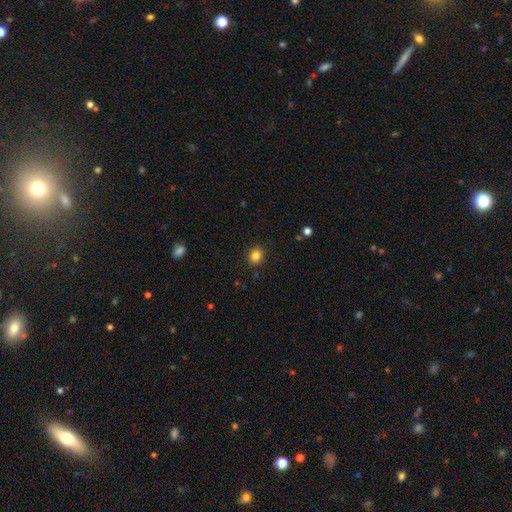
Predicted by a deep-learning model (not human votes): Q: Smooth or featured?
A: smooth (83%); runner-up: star or artifact (12%)
Q: How rounded?
A: round (80%); runner-up: in between (19%)
Q: Merging?
A: none (91%); runner-up: minor disturbance (6%)